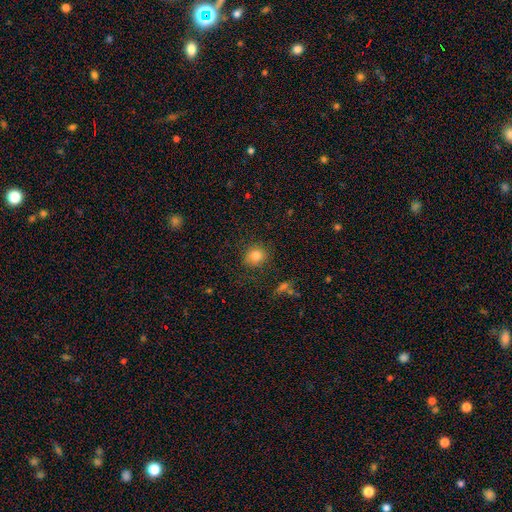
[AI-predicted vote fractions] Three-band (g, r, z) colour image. It shows a smooth galaxy with no disk features (82%) that is round (85%). Merging: none (84%).